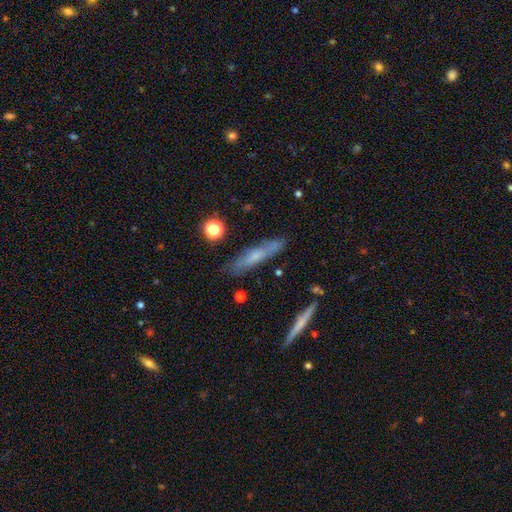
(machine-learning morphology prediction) Smooth or featured? Predicted: smooth (p=0.46). Merging? Predicted: none (p=0.79).